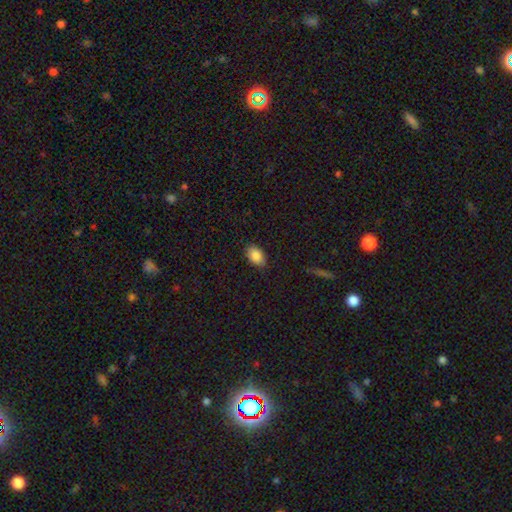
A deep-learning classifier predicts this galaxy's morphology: Smooth or featured: smooth — 86% (star or artifact — 8%)
How rounded: in between — 90% (round — 9%)
Merging: none — 86% (minor disturbance — 11%)